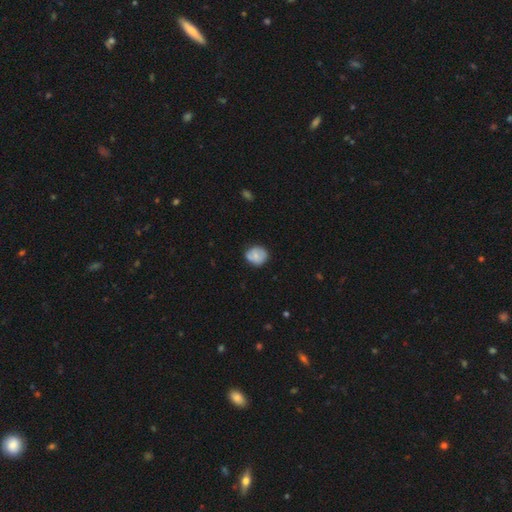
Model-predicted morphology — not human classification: Overall: smooth (68%). How rounded: round (75%). Merging: none (70%).